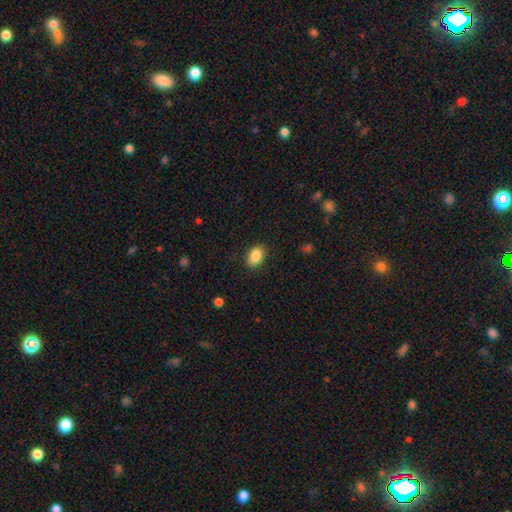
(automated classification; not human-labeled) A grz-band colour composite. It shows a smooth galaxy with no disk features (87%) that is in between round and cigar-shaped (87%). Merging: none (87%).